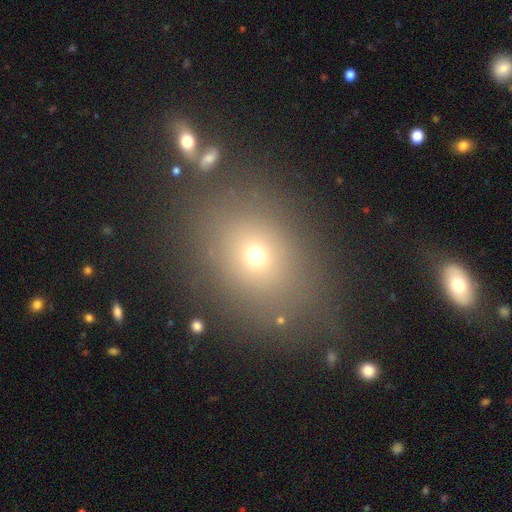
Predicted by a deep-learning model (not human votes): Overall: smooth (66%). How rounded: in between (51%; round 47%). Merging: none (79%).